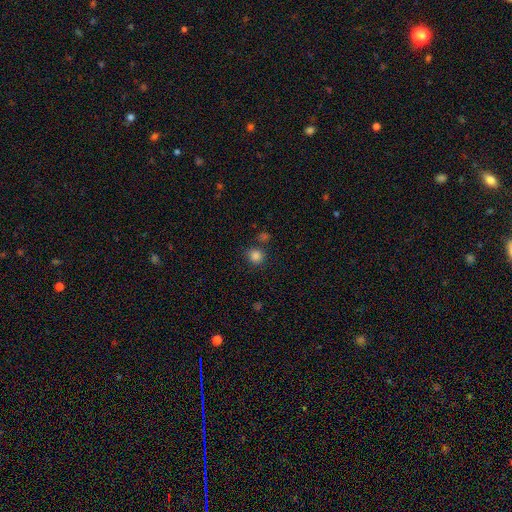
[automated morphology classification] Smooth or featured? smooth (83%)
How rounded? round (89%)
Merging? none (77%)